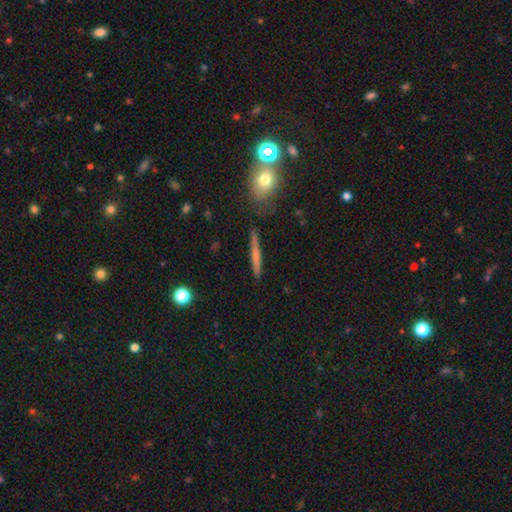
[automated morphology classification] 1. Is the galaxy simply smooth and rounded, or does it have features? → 57% smooth, 35% featured or disk, 8% star or artifact.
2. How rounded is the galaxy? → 92% cigar-shaped, 5% in between, 3% round.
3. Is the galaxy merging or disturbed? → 86% none, 9% minor disturbance, 3% merger, 2% major disturbance.